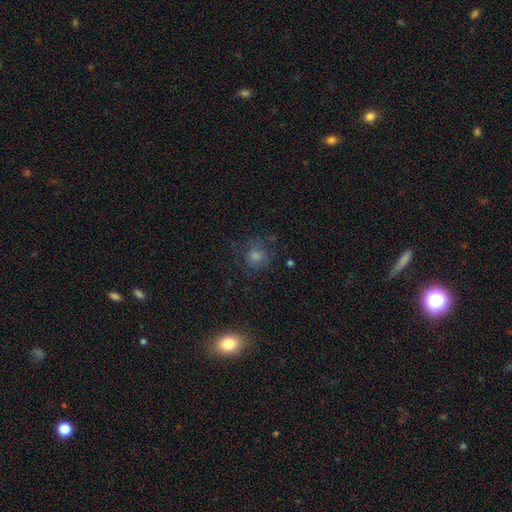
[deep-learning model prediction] smooth_or_featured: smooth (p=0.56) [alt: star or artifact p=0.25]
how_rounded: round (p=0.84) [alt: in between p=0.15]
merging: none (p=0.72) [alt: minor disturbance p=0.15]